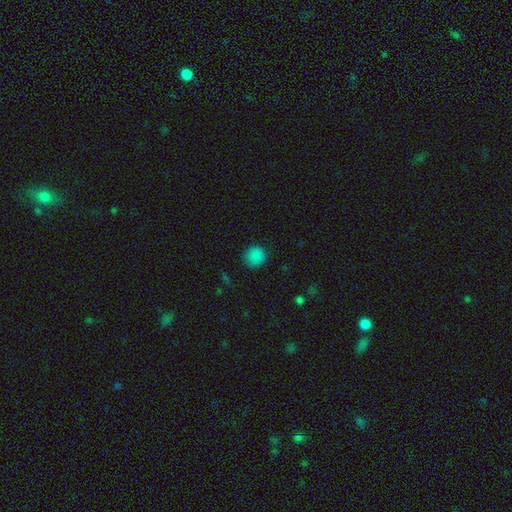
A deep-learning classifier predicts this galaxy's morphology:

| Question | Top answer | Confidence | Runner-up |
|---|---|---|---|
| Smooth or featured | smooth | 85% | star or artifact (12%) |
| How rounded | round | 92% | in between (7%) |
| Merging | none | 87% | minor disturbance (9%) |